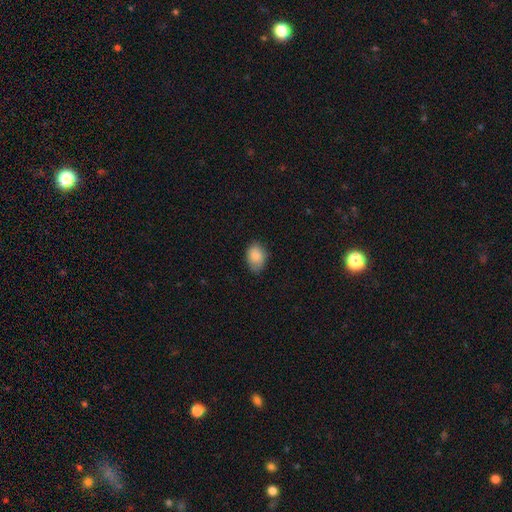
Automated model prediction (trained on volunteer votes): Q: Smooth or featured?
A: smooth (86%); runner-up: star or artifact (7%)
Q: How rounded?
A: in between (81%); runner-up: round (18%)
Q: Merging?
A: none (70%); runner-up: minor disturbance (24%)